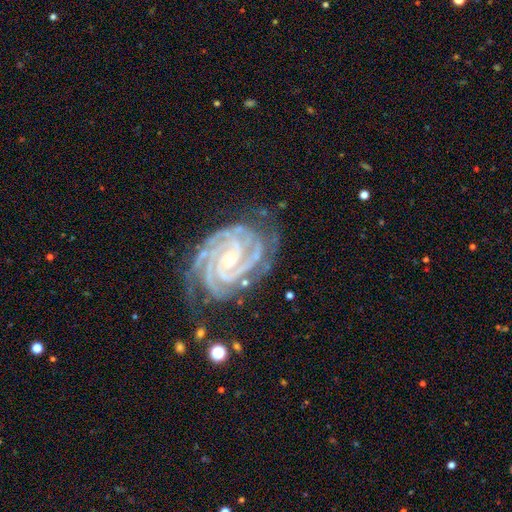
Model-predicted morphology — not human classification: A featured or disk galaxy (91%) with no bar (36%), 3 (31%) tight (82%) spiral arms (99%) and a small central bulge (64%).

Vote fractions:
- Smooth or featured? featured or disk: 91% / star or artifact: 6% / smooth: 3%
- Edge-on disk? no: 97% / yes: 3%
- Bar? no: 36% / weak: 33% / strong: 31%
- Spiral arms? yes: 99% / no: 1%
- Spiral winding? tight: 82% / medium: 16% / loose: 2%
- Spiral arm count? 3: 31% / 4: 26% / 2: 17% / can't tell: 10% / more than 4: 9% / 1: 7%
- Bulge size? small: 64% / moderate: 33% / large: 1% / none: 1% / dominant: 1%
- Merging? none: 78% / minor disturbance: 16% / major disturbance: 5% / merger: 2%